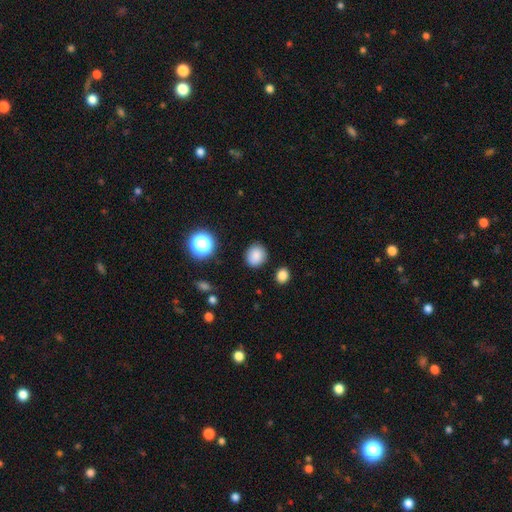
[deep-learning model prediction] The model was most divided on "how rounded": round: 74%, in between: 25%, cigar-shaped: 1%. More confident: merging — none (86%); smooth or featured — smooth (84%).